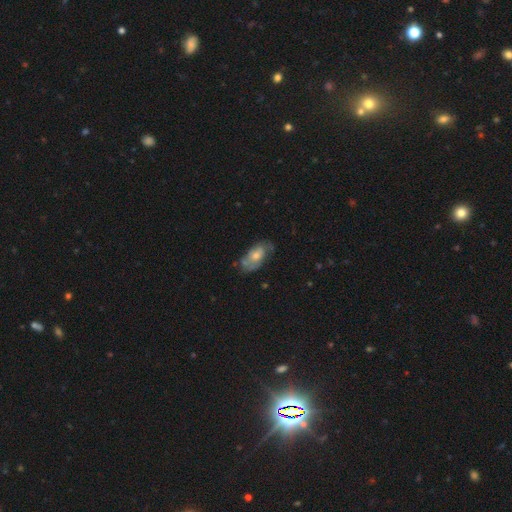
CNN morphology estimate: A smooth galaxy with no disk features (47%). Merging: none (53%).